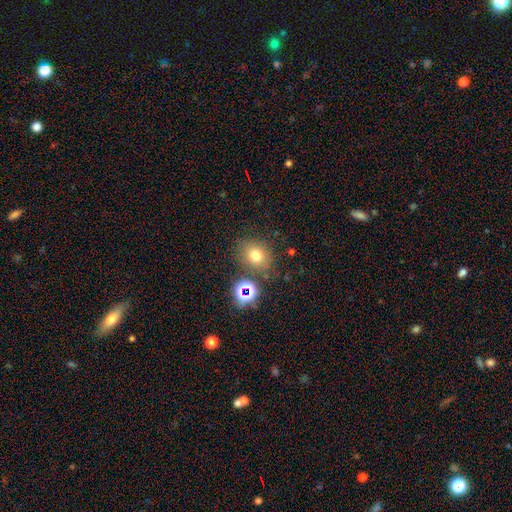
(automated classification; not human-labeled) smooth 71%, star or artifact 19%, featured or disk 10%. Down the decision tree: how rounded — round (63%); merging — none (76%).